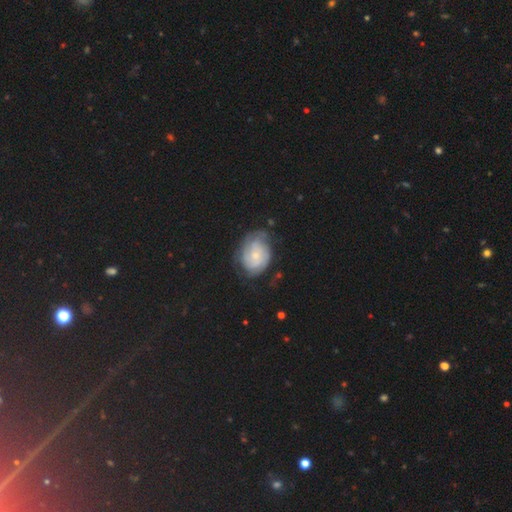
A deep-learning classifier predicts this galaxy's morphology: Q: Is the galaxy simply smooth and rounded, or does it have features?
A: featured or disk — 67%.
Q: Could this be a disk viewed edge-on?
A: no — 97%.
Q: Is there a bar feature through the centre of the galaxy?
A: no — 73%.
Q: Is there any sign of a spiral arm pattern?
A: yes — 88%.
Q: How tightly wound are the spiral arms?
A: tight — 60%.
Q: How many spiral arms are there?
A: can't tell — 40%.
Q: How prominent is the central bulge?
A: small — 71%.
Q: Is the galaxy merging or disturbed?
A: none — 59%.